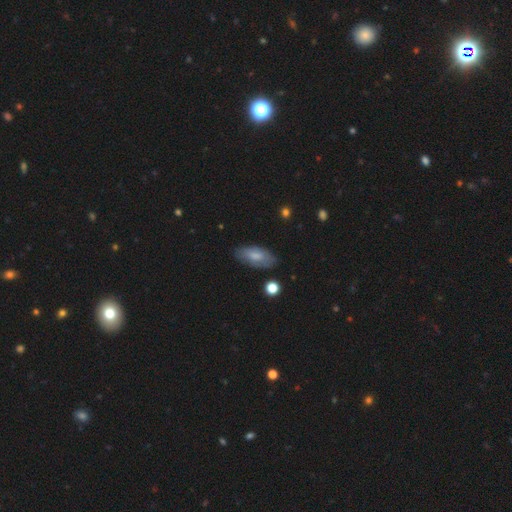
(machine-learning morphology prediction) Q: Smooth or featured?
A: smooth (74%); runner-up: featured or disk (20%)
Q: How rounded?
A: in between (89%); runner-up: cigar-shaped (9%)
Q: Merging?
A: none (77%); runner-up: minor disturbance (17%)